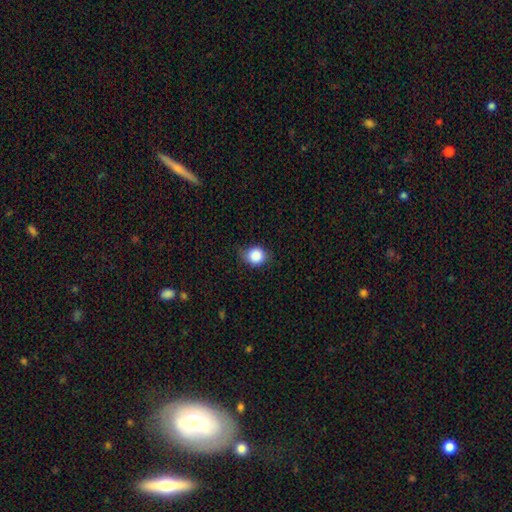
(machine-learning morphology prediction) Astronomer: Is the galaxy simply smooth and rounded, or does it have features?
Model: smooth — 86%.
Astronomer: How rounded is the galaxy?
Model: round — 66%.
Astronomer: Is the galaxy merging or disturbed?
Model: none — 71%.